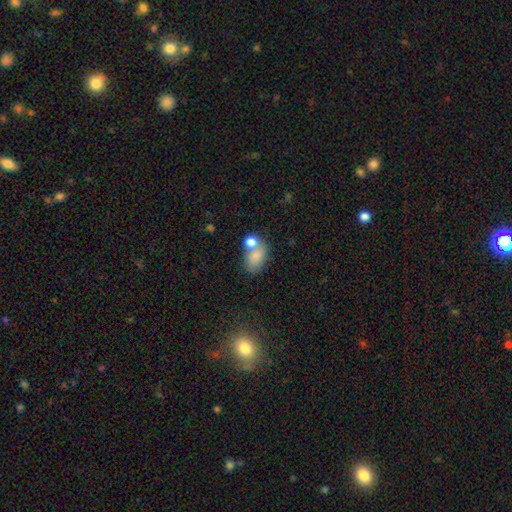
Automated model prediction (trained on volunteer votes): smooth-or-featured: smooth: 79% | featured or disk: 11% | star or artifact: 9%
  how-rounded: in between: 78% | round: 20% | cigar-shaped: 1%
  merging: none: 42% | merger: 37% | minor disturbance: 15% | major disturbance: 7%